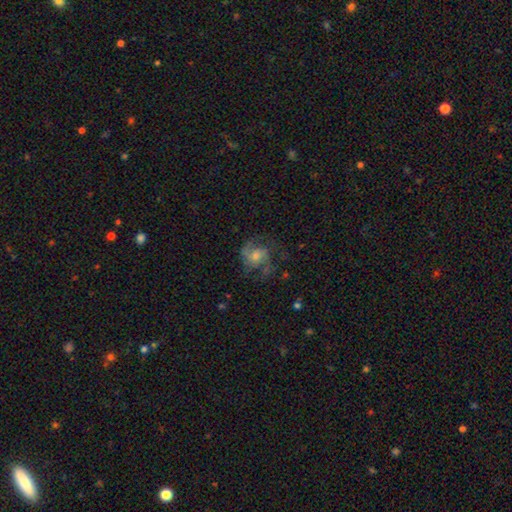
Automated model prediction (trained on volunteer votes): Morphology: type=featured or disk (75%); edge-on=no (98%); bar=no (67%); spiral arms=yes (93%); winding=medium (53%); arm count=2 (46%); bulge=moderate (45%, tied with small); merging=none (64%).